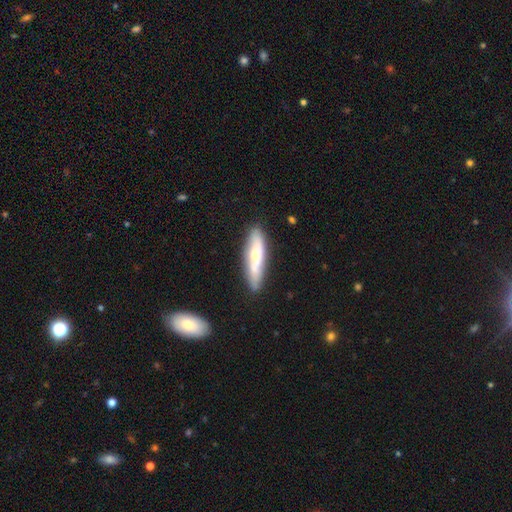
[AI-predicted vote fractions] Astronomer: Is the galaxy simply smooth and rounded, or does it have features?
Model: smooth — 55% (runner-up: featured or disk, 39%).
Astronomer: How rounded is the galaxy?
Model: cigar-shaped — 78%.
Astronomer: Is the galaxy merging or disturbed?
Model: none — 79%.